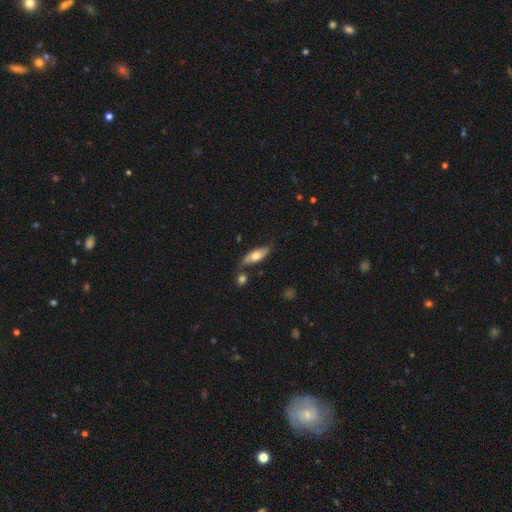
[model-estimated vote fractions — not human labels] A smooth galaxy with no disk features (61%) that is in between round and cigar-shaped (71%).

Vote fractions:
- Smooth or featured? smooth: 61% / featured or disk: 33% / star or artifact: 6%
- How rounded? in between: 71% / cigar-shaped: 26% / round: 3%
- Merging? none: 68% / minor disturbance: 18% / merger: 10% / major disturbance: 4%